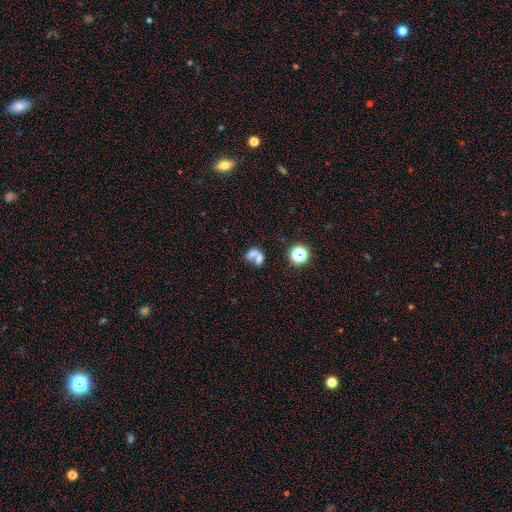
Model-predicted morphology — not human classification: type=smooth (52%); roundness=in between (55%); merging=merger (57%).